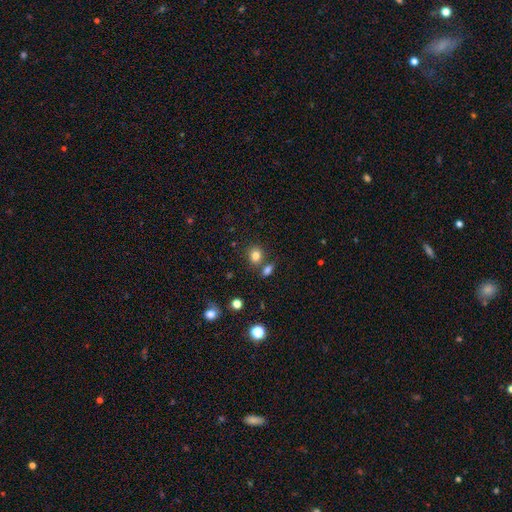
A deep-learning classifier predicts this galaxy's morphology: smooth-or-featured: smooth: 81% | star or artifact: 12% | featured or disk: 7%
  how-rounded: round: 60% | in between: 39% | cigar-shaped: 1%
  merging: none: 68% | merger: 18% | minor disturbance: 11% | major disturbance: 3%